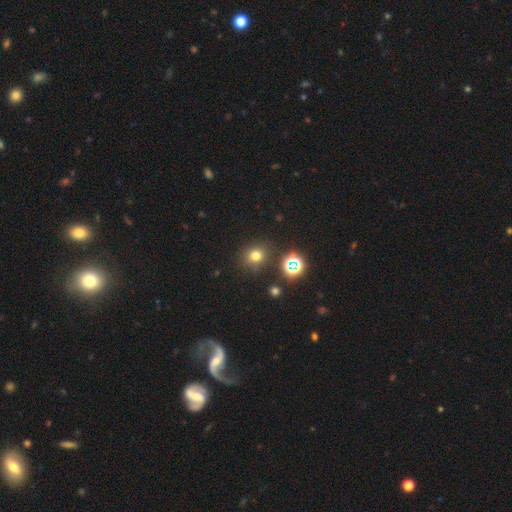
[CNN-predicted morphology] Smooth or featured? smooth (70%)
How rounded? round (77%)
Merging? none (83%)